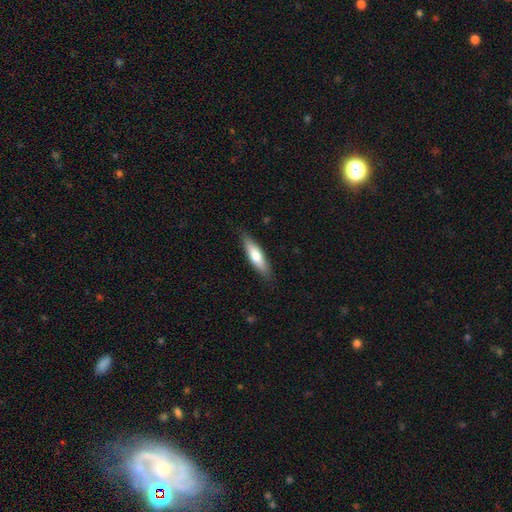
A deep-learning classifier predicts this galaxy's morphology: Smooth or featured? smooth (66%)
How rounded? cigar-shaped (67%)
Merging? none (86%)